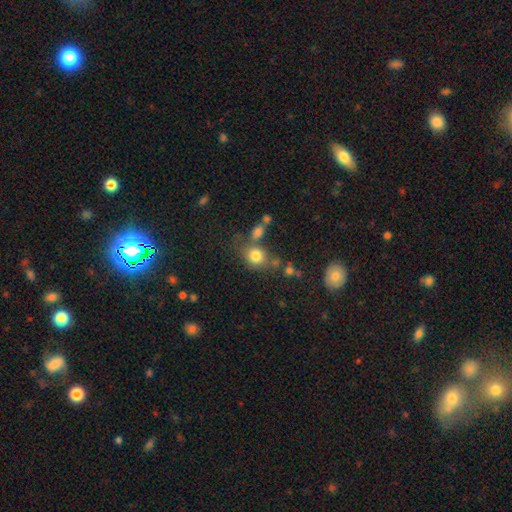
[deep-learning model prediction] smooth-or-featured: smooth: 79% | star or artifact: 12% | featured or disk: 9%
  how-rounded: round: 65% | in between: 34% | cigar-shaped: 1%
  merging: none: 57% | merger: 19% | minor disturbance: 15% | major disturbance: 8%